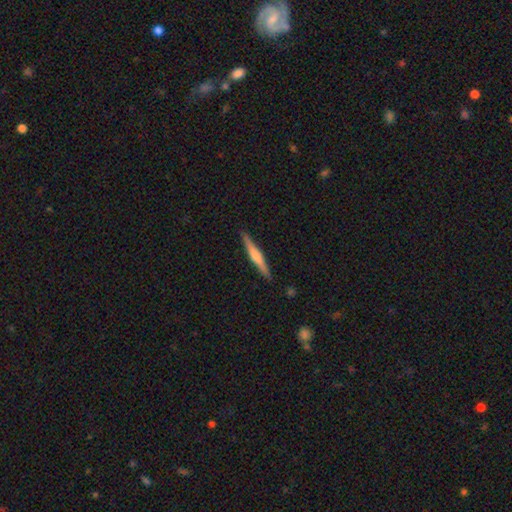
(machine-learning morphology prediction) A featured or disk galaxy (53%) viewed edge-on (97%) with a rounded central bulge (60%).

Vote fractions:
- Smooth or featured? featured or disk: 53% / smooth: 42% / star or artifact: 5%
- Edge-on disk? yes: 97% / no: 3%
- Edge-on bulge? rounded: 60% / none: 24% / boxy: 16%
- Merging? none: 90% / minor disturbance: 7% / major disturbance: 1% / merger: 1%